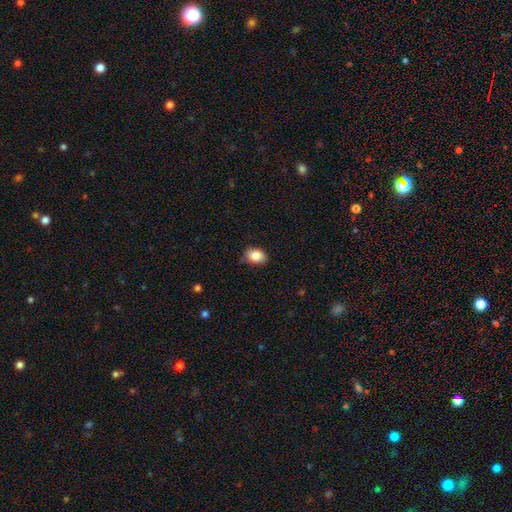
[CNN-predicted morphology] smooth-or-featured: smooth: 87% | star or artifact: 8% | featured or disk: 5%
  how-rounded: in between: 66% | round: 33% | cigar-shaped: 1%
  merging: none: 77% | minor disturbance: 19% | major disturbance: 3% | merger: 1%